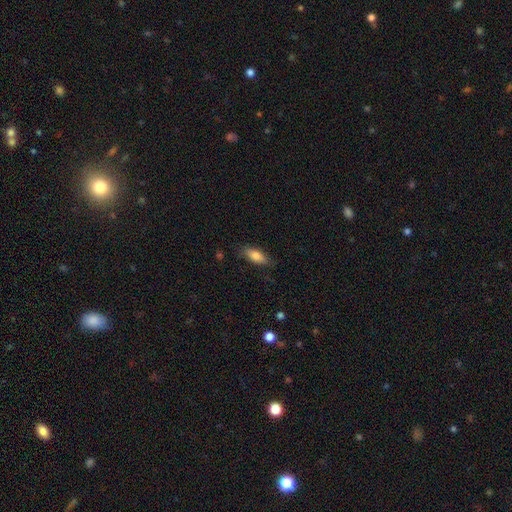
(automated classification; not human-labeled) A smooth galaxy with no disk features (80%) that is in between round and cigar-shaped (76%).

Vote fractions:
- Smooth or featured? smooth: 80% / featured or disk: 13% / star or artifact: 7%
- How rounded? in between: 76% / cigar-shaped: 22% / round: 2%
- Merging? none: 79% / minor disturbance: 17% / major disturbance: 3% / merger: 1%